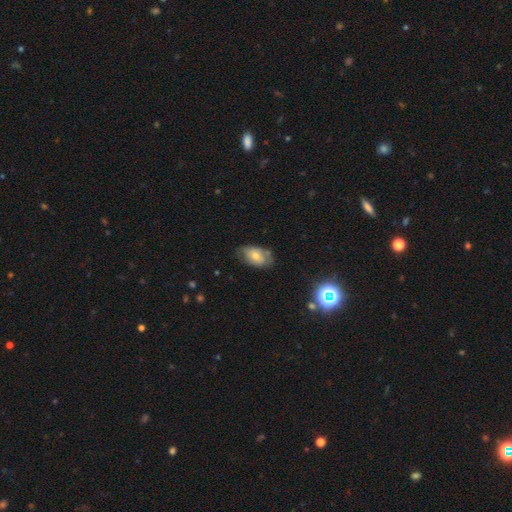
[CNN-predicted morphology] Q: Smooth or featured?
A: smooth (63%); runner-up: featured or disk (28%)
Q: How rounded?
A: in between (90%); runner-up: round (8%)
Q: Merging?
A: none (62%); runner-up: minor disturbance (28%)